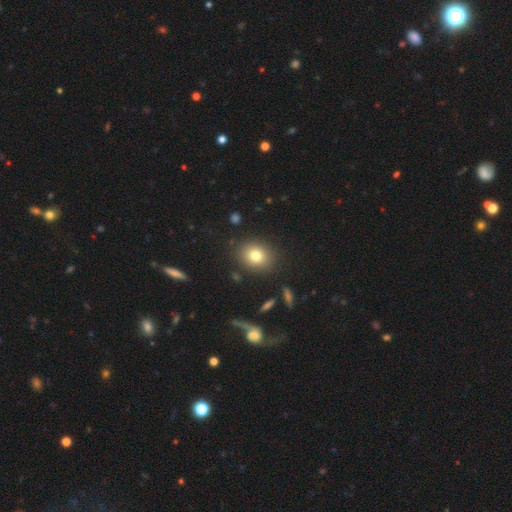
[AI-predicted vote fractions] A smooth galaxy with no disk features (78%) that is round (57%). Merging: none (87%).